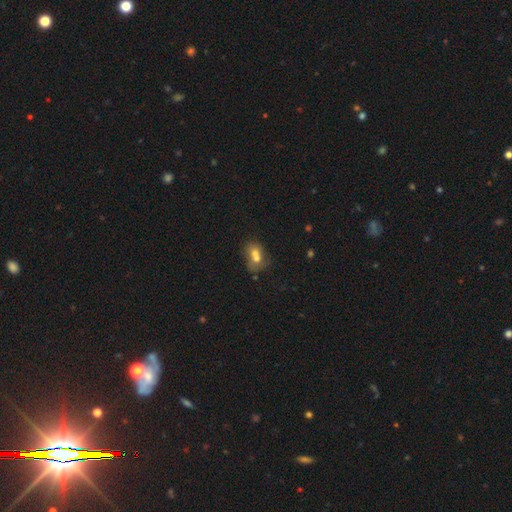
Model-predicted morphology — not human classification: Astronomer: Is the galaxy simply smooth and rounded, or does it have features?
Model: smooth — 65%.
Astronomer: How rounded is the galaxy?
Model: in between — 55% (runner-up: round, 44%).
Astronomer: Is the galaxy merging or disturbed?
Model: merger — 67%.